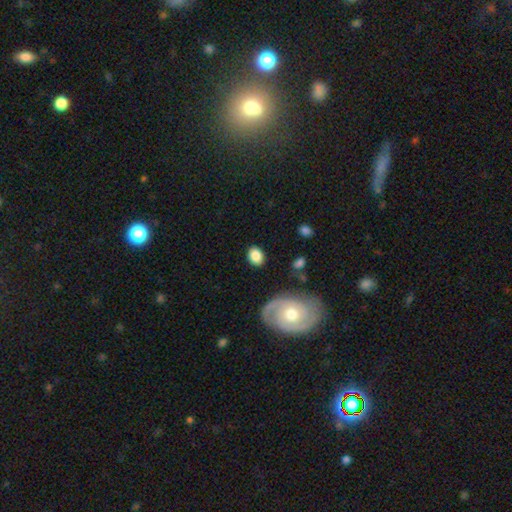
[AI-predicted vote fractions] Overall: smooth (84%). How rounded: in between (65%; round 34%). Merging: none (82%).